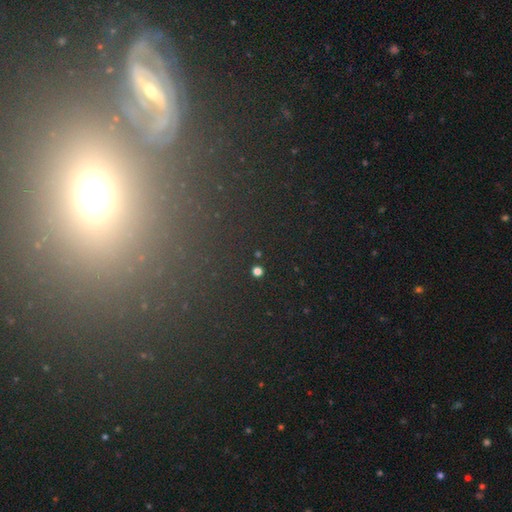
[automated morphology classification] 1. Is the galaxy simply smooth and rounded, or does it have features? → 41% star or artifact, 30% featured or disk, 29% smooth.